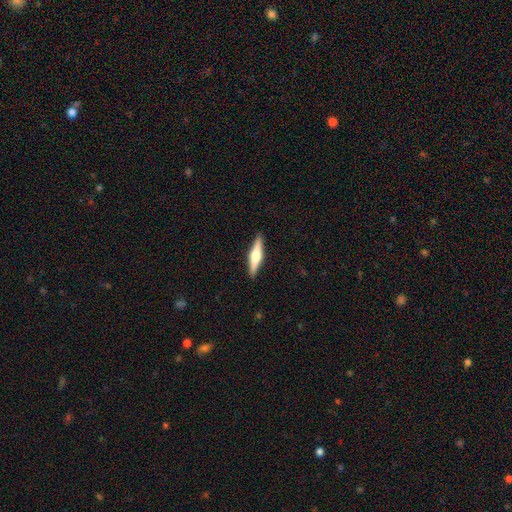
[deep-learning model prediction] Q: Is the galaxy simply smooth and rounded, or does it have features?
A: featured or disk — 62%.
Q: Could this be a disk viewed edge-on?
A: yes — 97%.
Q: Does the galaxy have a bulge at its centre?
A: rounded — 92%.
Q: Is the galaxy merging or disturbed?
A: none — 91%.